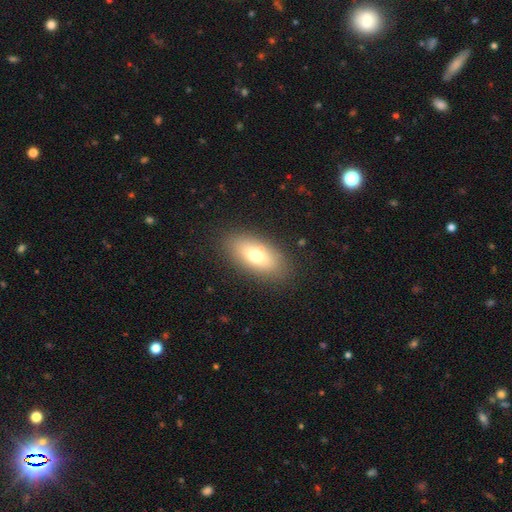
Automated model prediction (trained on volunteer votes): smooth_or_featured: smooth (p=0.71) [alt: featured or disk p=0.20]
how_rounded: in between (p=0.87) [alt: cigar-shaped p=0.09]
merging: none (p=0.84) [alt: minor disturbance p=0.11]